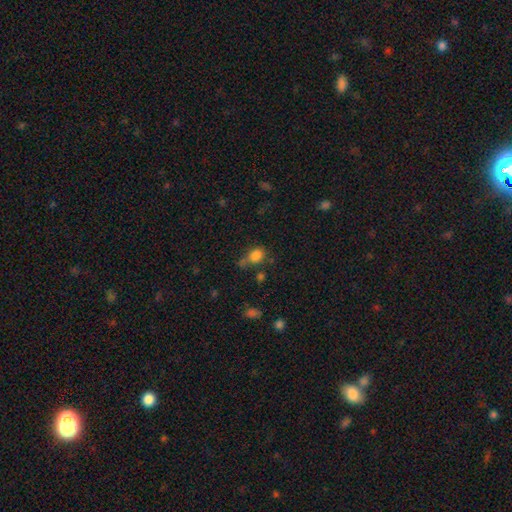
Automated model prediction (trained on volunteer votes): Smooth or featured?
  - smooth: 81% *
  - star or artifact: 12%
  - featured or disk: 7%
How rounded?
  - in between: 52% *
  - round: 46%
  - cigar-shaped: 2%
Merging?
  - none: 47% *
  - minor disturbance: 25%
  - merger: 15%
  - major disturbance: 12%